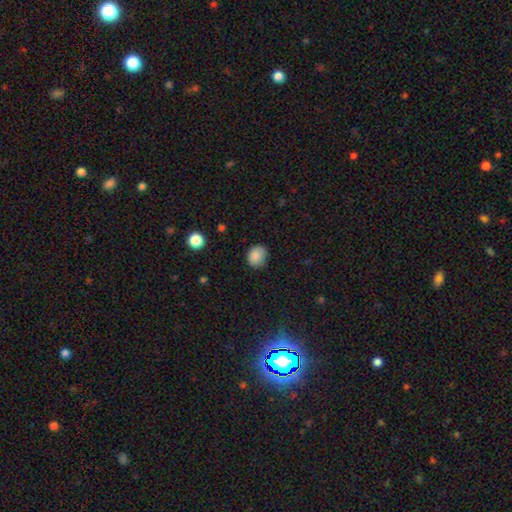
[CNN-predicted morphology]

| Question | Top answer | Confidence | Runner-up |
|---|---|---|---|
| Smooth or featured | smooth | 87% | star or artifact (9%) |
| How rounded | round | 53% | in between (46%) |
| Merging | none | 74% | minor disturbance (21%) |